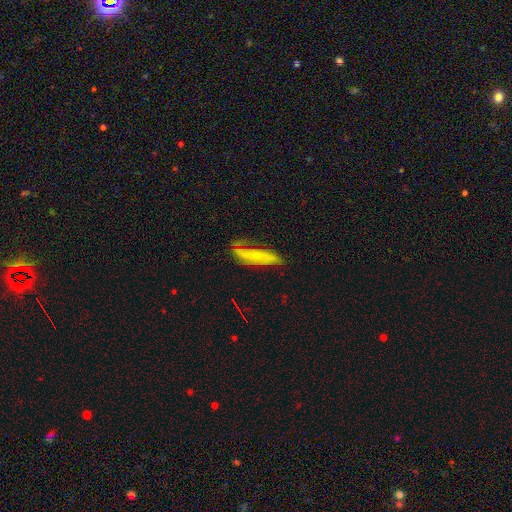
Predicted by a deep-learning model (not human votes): Smooth or featured? Predicted: featured or disk (p=0.59). Edge-on disk? Predicted: no (p=0.72). Merging? Predicted: none (p=0.51).